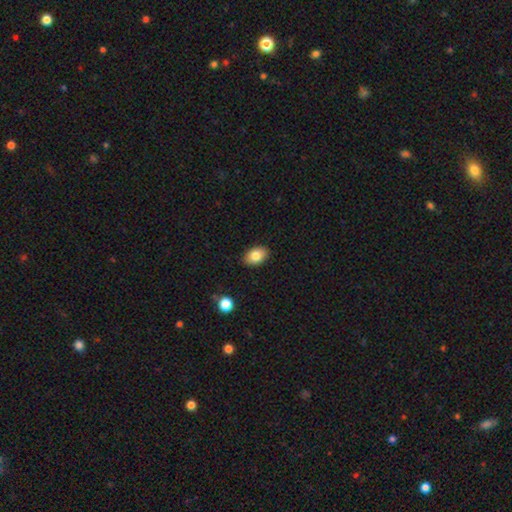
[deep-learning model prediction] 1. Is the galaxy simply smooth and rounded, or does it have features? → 82% smooth, 10% featured or disk, 8% star or artifact.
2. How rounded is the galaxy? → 88% in between, 10% round, 1% cigar-shaped.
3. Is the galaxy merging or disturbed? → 88% none, 9% minor disturbance, 2% major disturbance, 1% merger.